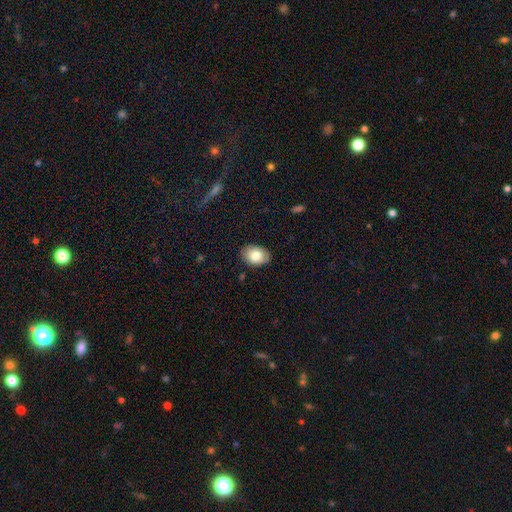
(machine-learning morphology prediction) A smooth galaxy with no disk features (81%) that is in between round and cigar-shaped (80%). Merging: none (86%).